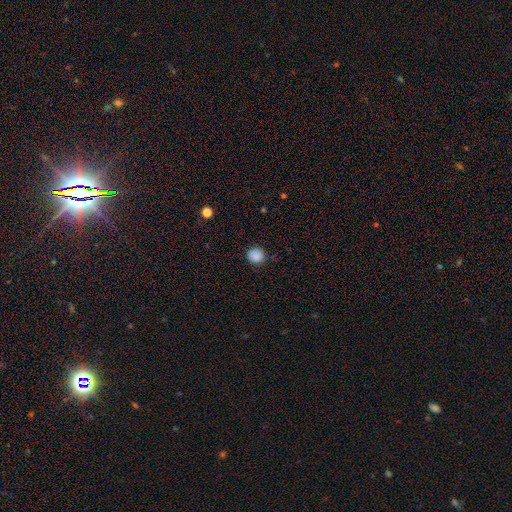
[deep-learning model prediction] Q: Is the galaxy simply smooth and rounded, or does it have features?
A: smooth — 87%.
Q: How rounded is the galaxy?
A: round — 85%.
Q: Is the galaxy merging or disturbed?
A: none — 86%.